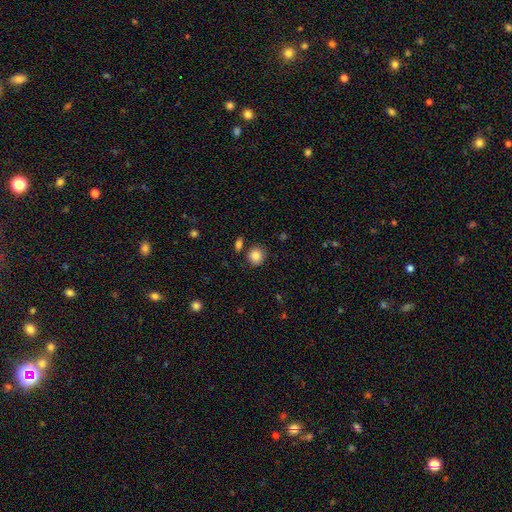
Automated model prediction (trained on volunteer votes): Smooth or featured: smooth — 85% (star or artifact — 9%)
How rounded: round — 87% (in between — 12%)
Merging: none — 84% (minor disturbance — 8%)